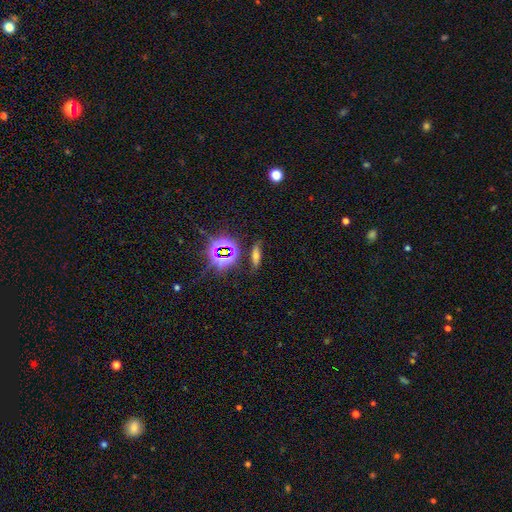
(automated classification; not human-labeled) smooth 48%, star or artifact 34%, featured or disk 18%. Down the decision tree: merging — none (77%).